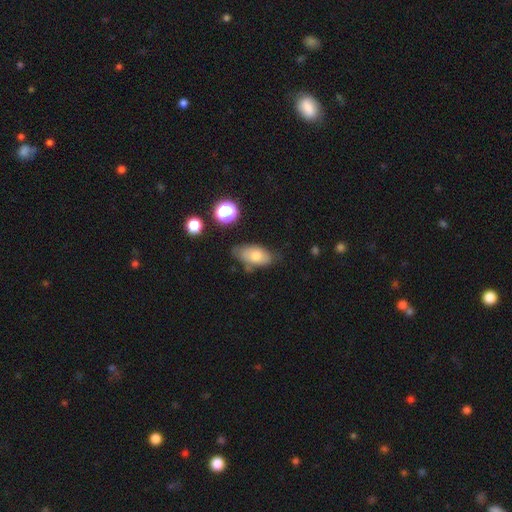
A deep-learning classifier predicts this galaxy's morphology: Smooth or featured? smooth (69%)
How rounded? in between (89%)
Merging? none (59%)